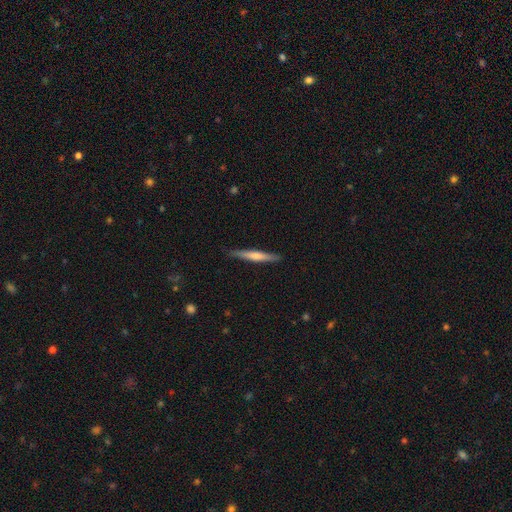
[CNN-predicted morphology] Overall: featured or disk (51%; smooth 44%). Edge-on disk: yes (97%). Merging: none (90%).